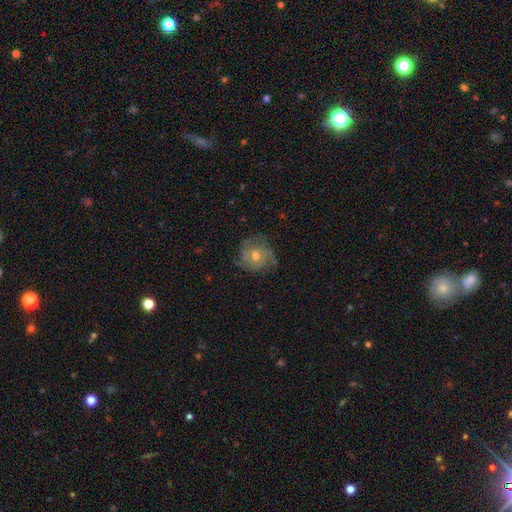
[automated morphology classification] Smooth or featured? Predicted: featured or disk (p=0.71). Edge-on disk? Predicted: no (p=0.97). Bar? Predicted: no (p=0.78). Spiral arms? Predicted: yes (p=0.90). Spiral winding? Predicted: tight (p=0.53). Spiral arm count? Predicted: can't tell (p=0.32). Bulge size? Predicted: moderate (p=0.63). Merging? Predicted: none (p=0.74).